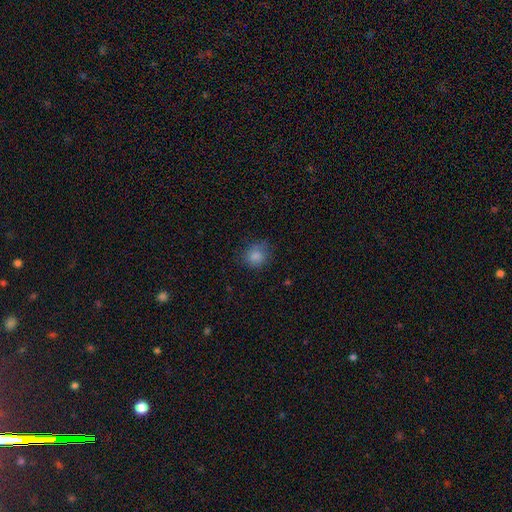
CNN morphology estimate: Smooth or featured?
  - smooth: 84% *
  - star or artifact: 10%
  - featured or disk: 6%
How rounded?
  - round: 73% *
  - in between: 26%
  - cigar-shaped: 1%
Merging?
  - none: 72% *
  - minor disturbance: 20%
  - major disturbance: 6%
  - merger: 1%